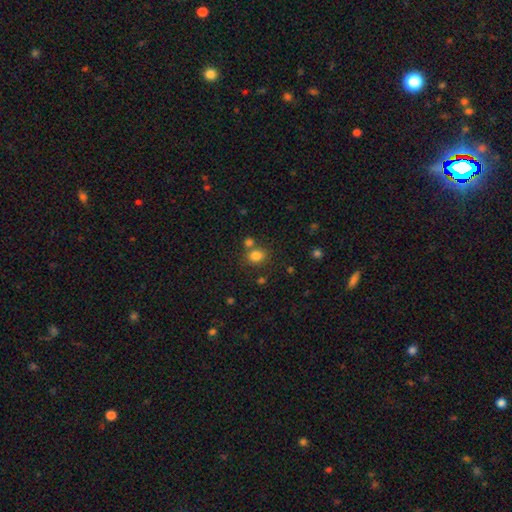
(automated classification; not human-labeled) This appears to be a smooth galaxy with no disk features (81%) that is round (63%). Merging: none (65%).